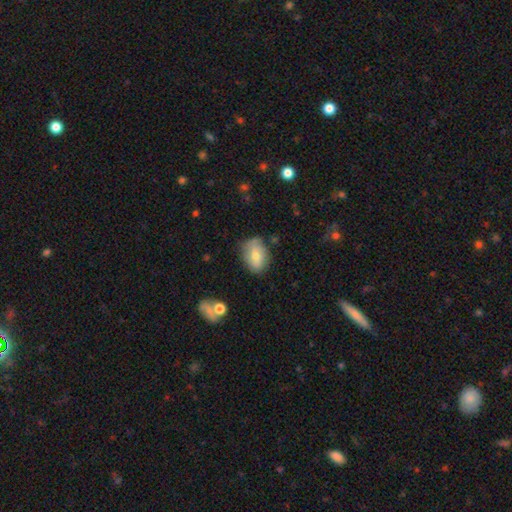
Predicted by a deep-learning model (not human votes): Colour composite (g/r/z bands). It shows a smooth galaxy with no disk features (71%) that is in between round and cigar-shaped (77%). Merging: none (67%).